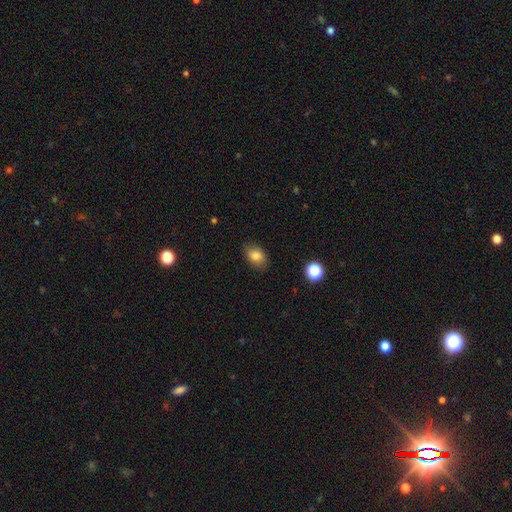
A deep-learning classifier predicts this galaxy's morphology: Smooth or featured?
  - smooth: 83% *
  - star or artifact: 9%
  - featured or disk: 8%
How rounded?
  - in between: 81% *
  - round: 18%
  - cigar-shaped: 1%
Merging?
  - none: 81% *
  - minor disturbance: 14%
  - major disturbance: 3%
  - merger: 1%